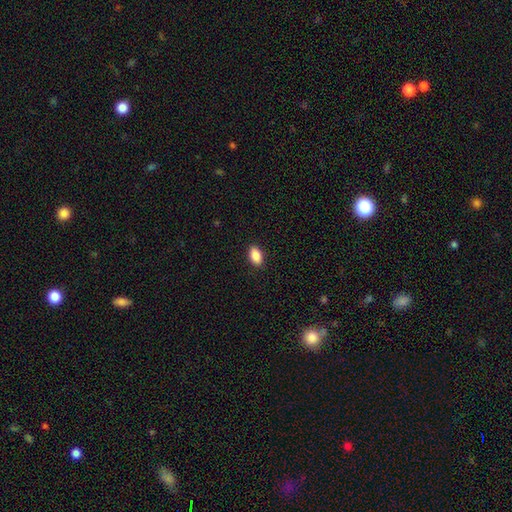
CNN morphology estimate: A smooth galaxy with no disk features (88%) that is in between round and cigar-shaped (91%). Merging: none (90%).